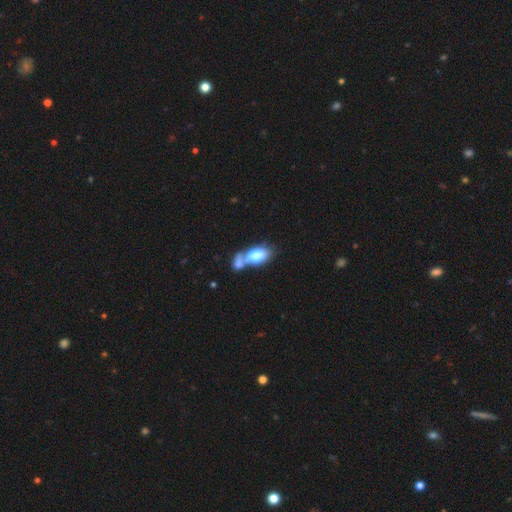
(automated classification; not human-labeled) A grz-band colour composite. It shows a smooth galaxy with no disk features (72%) that is in between round and cigar-shaped (90%). Merging: merger (58%).